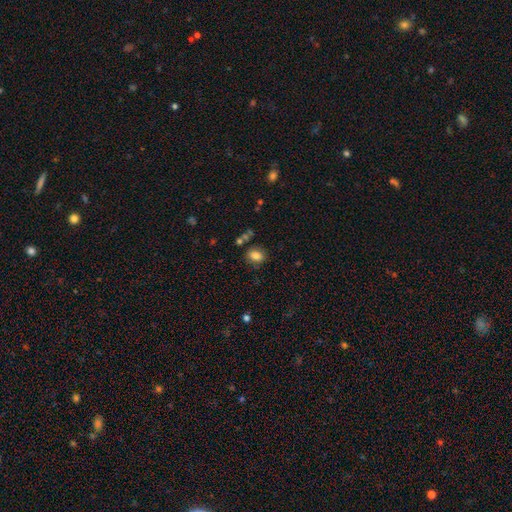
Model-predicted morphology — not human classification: smooth 82%, star or artifact 11%, featured or disk 7%. Down the decision tree: how rounded — in between (62%); merging — none (76%).